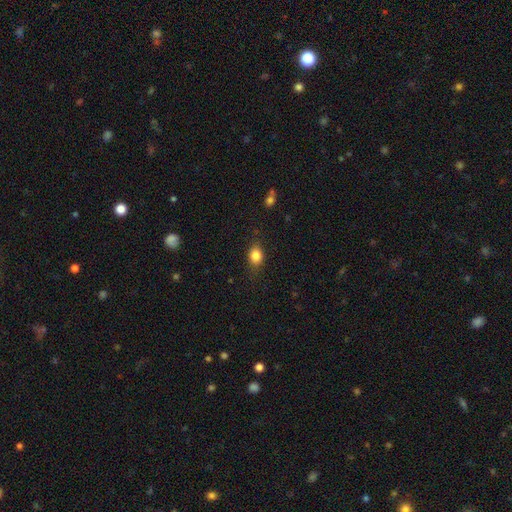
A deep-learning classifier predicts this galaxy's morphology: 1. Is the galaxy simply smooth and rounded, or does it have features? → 84% smooth, 10% star or artifact, 7% featured or disk.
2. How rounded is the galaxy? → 62% in between, 36% round, 2% cigar-shaped.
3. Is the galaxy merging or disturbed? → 80% none, 15% minor disturbance, 4% major disturbance, 1% merger.